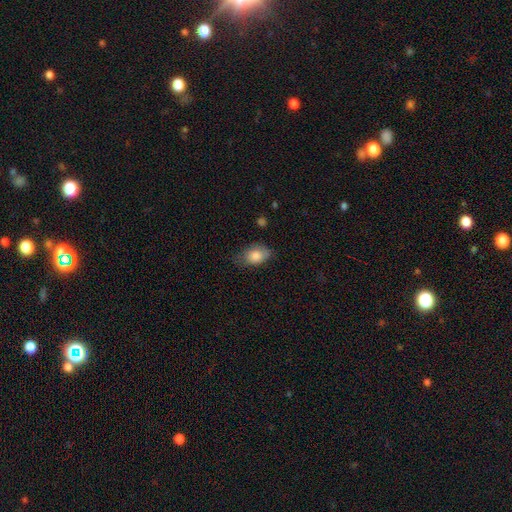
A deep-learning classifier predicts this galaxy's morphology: Smooth or featured: smooth — 82% (featured or disk — 11%)
How rounded: in between — 84% (round — 14%)
Merging: none — 56% (minor disturbance — 33%)